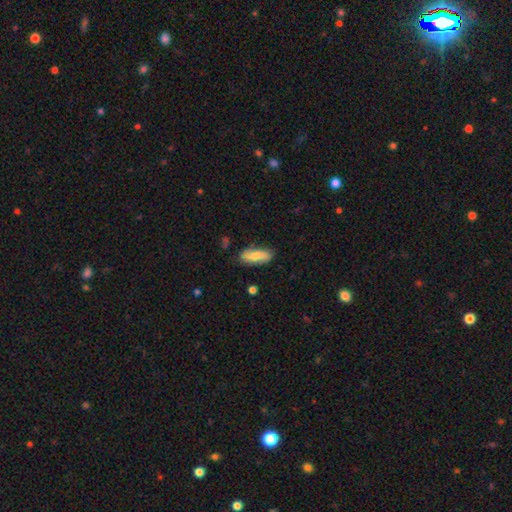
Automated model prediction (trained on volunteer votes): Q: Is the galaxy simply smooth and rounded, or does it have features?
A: smooth — 68%.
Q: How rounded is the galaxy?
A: in between — 76%.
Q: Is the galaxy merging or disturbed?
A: none — 79%.